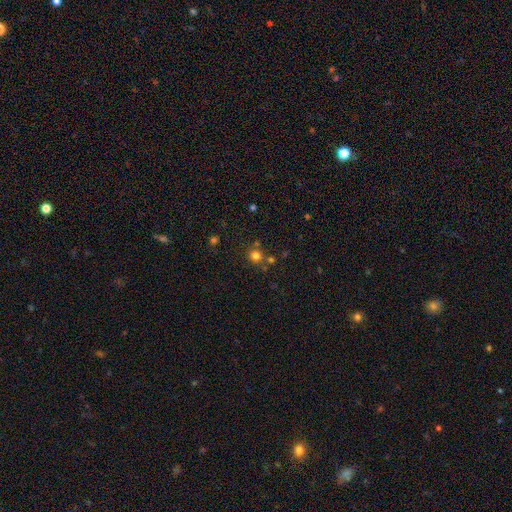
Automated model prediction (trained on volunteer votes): Smooth or featured?
  - smooth: 75% *
  - star or artifact: 18%
  - featured or disk: 7%
How rounded?
  - round: 90% *
  - in between: 9%
  - cigar-shaped: 1%
Merging?
  - none: 73% *
  - merger: 14%
  - minor disturbance: 9%
  - major disturbance: 3%